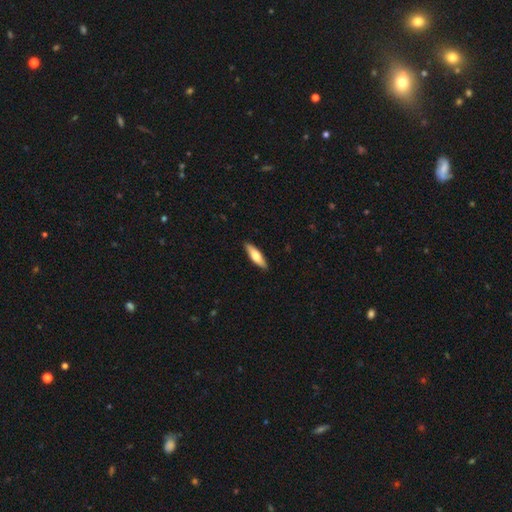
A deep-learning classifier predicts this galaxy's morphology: smooth-or-featured: smooth: 64% | featured or disk: 31% | star or artifact: 5%
  how-rounded: cigar-shaped: 62% | in between: 36% | round: 2%
  merging: none: 90% | minor disturbance: 8% | major disturbance: 1% | merger: 1%